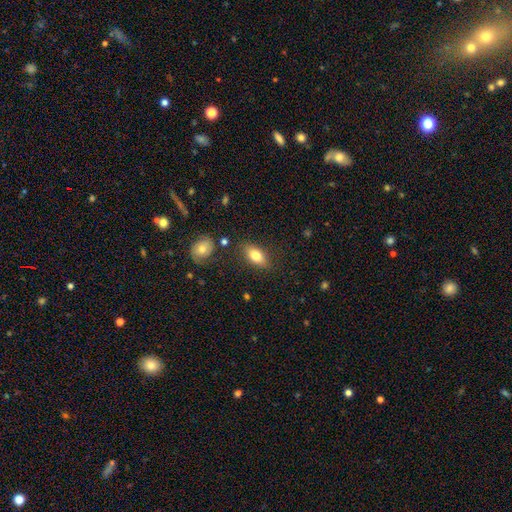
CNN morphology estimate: Smooth or featured? Predicted: smooth (p=0.79). How rounded? Predicted: in between (p=0.87). Merging? Predicted: none (p=0.81).